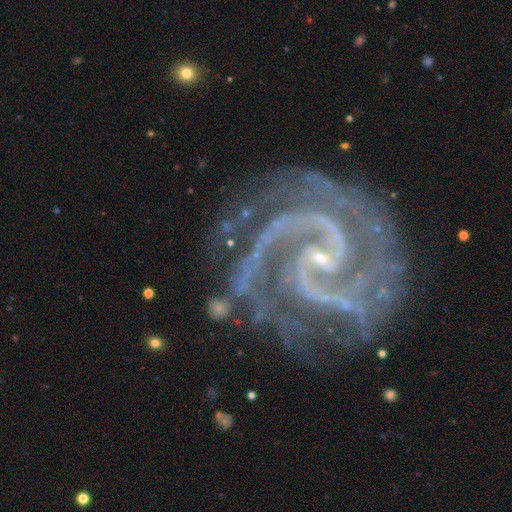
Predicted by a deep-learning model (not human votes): Smooth or featured? Predicted: featured or disk (p=0.94). Edge-on disk? Predicted: no (p=0.98). Bar? Predicted: weak (p=0.42). Spiral arms? Predicted: yes (p=0.99). Spiral winding? Predicted: medium (p=0.48). Spiral arm count? Predicted: 2 (p=0.84). Bulge size? Predicted: small (p=0.83). Merging? Predicted: none (p=0.71).